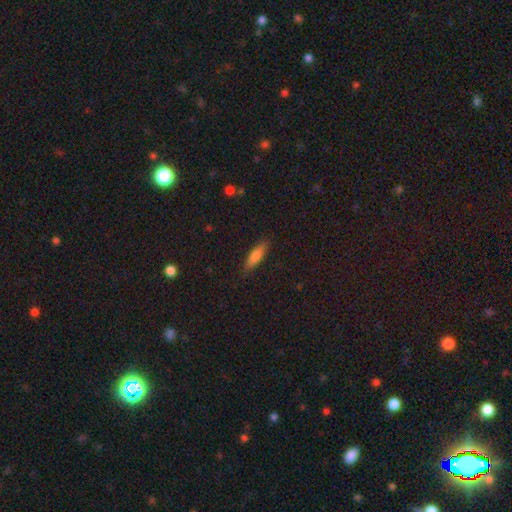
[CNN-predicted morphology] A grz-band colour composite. It shows a smooth galaxy with no disk features (73%) that is cigar-shaped (62%). Merging: none (87%).